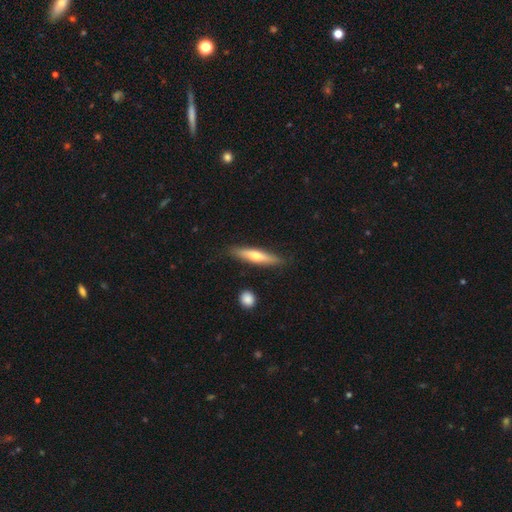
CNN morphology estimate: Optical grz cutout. It shows a smooth galaxy with no disk features (53%) that is cigar-shaped (85%). Merging: none (86%).